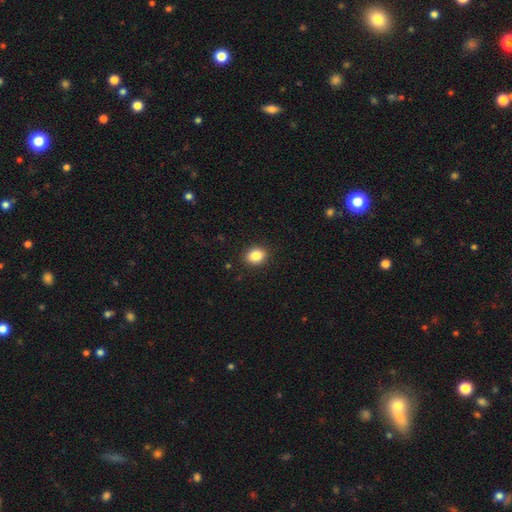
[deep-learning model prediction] smooth-or-featured: smooth: 86% | star or artifact: 9% | featured or disk: 5%
  how-rounded: in between: 54% | round: 45% | cigar-shaped: 1%
  merging: none: 90% | minor disturbance: 7% | major disturbance: 2% | merger: 1%